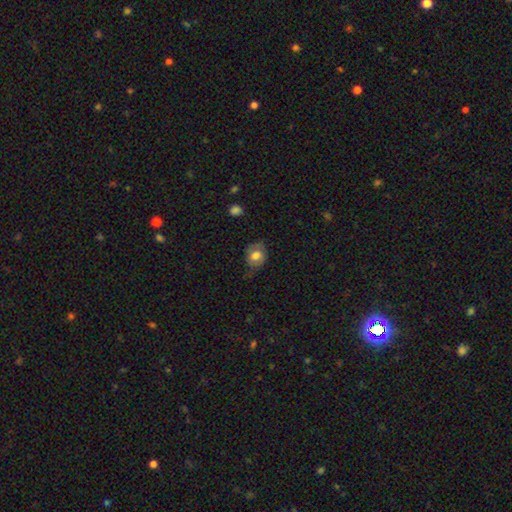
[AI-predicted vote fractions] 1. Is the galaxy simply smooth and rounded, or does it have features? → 65% smooth, 27% featured or disk, 8% star or artifact.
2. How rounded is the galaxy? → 57% round, 42% in between, 1% cigar-shaped.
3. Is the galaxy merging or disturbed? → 60% none, 27% minor disturbance, 12% major disturbance, 2% merger.